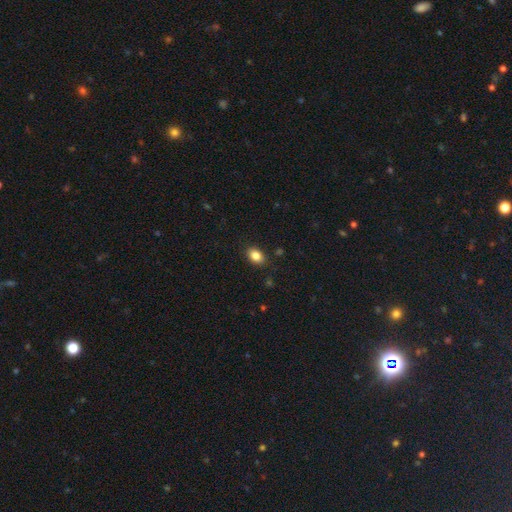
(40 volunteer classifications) Smooth or featured? 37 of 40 (92%) said smooth. How rounded? 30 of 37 (81%) said in between. Merging? 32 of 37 (86%) said none.